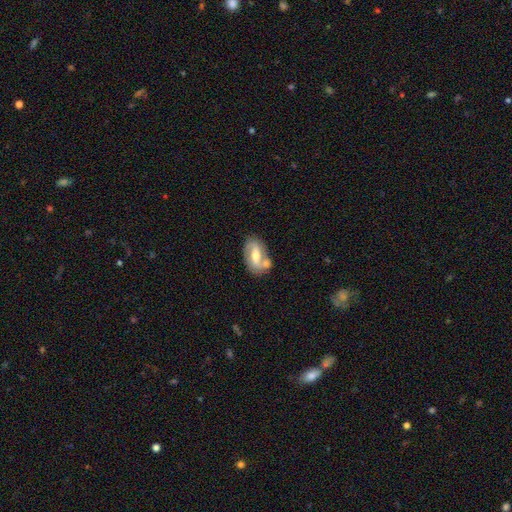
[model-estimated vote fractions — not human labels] This appears to be a featured or disk galaxy (68%) with a weak bar (38%, tied with strong), spiral arms (76%) and a moderate central bulge (69%). Merging: none (61%).